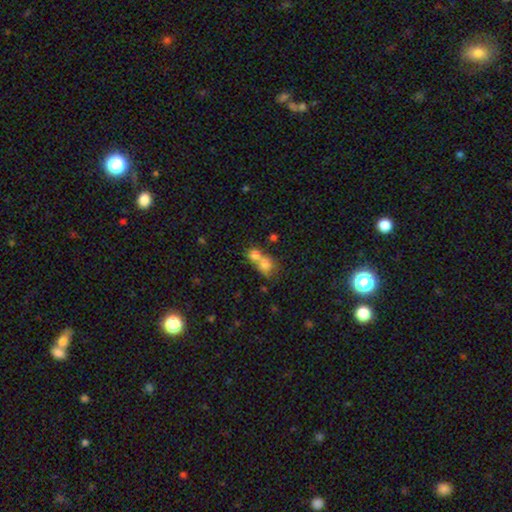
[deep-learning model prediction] This is likely a smooth galaxy (75%). How rounded: likely round (68%). Merging: likely merger (67%).